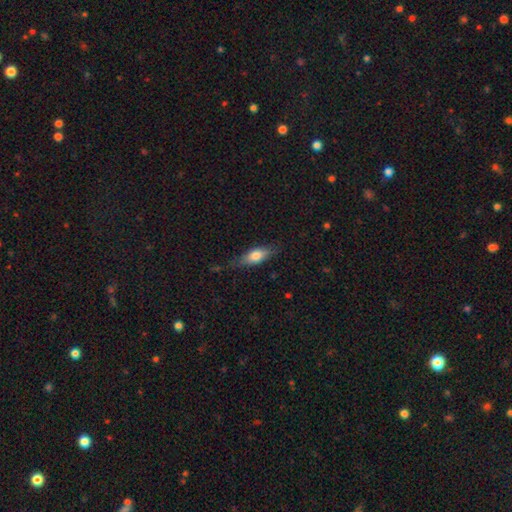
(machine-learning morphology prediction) Smooth or featured: smooth — 69% (featured or disk — 24%)
How rounded: in between — 71% (cigar-shaped — 26%)
Merging: none — 69% (minor disturbance — 23%)